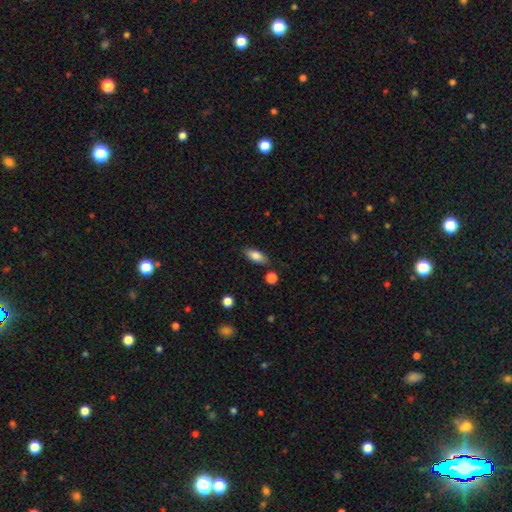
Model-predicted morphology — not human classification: Q: Smooth or featured?
A: smooth (80%); runner-up: featured or disk (12%)
Q: How rounded?
A: in between (82%); runner-up: cigar-shaped (15%)
Q: Merging?
A: none (82%); runner-up: minor disturbance (12%)